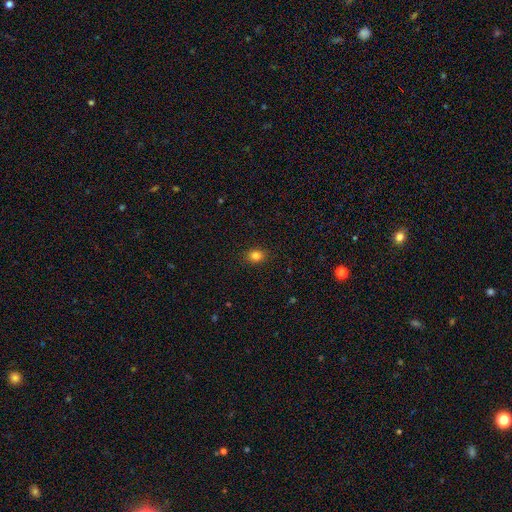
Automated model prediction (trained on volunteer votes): Morphology: type=smooth (82%); roundness=round (52%); merging=none (89%).